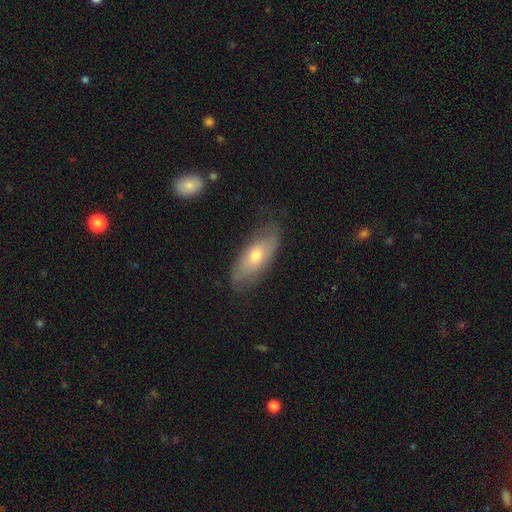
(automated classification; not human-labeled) This appears to be a smooth galaxy with no disk features (56%) that is in between round and cigar-shaped (77%). Merging: none (71%).